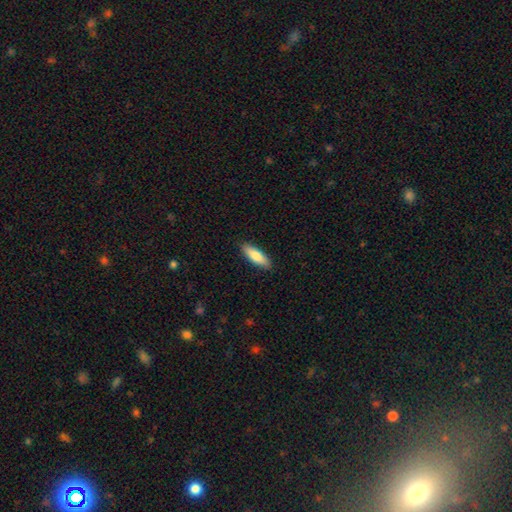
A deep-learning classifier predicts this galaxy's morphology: smooth-or-featured: smooth: 82% | featured or disk: 13% | star or artifact: 5%
  how-rounded: in between: 52% | cigar-shaped: 47% | round: 2%
  merging: none: 89% | minor disturbance: 8% | major disturbance: 2% | merger: 1%